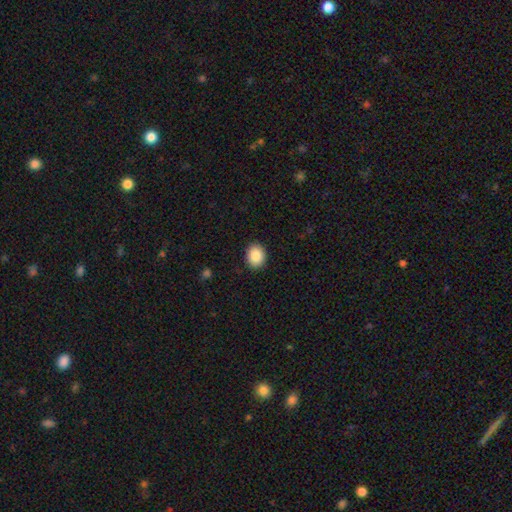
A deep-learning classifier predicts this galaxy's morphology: A smooth galaxy with no disk features (87%) that is round (53%).

Vote fractions:
- Smooth or featured? smooth: 87% / star or artifact: 8% / featured or disk: 5%
- How rounded? round: 53% / in between: 46% / cigar-shaped: 1%
- Merging? none: 90% / minor disturbance: 7% / major disturbance: 2% / merger: 1%